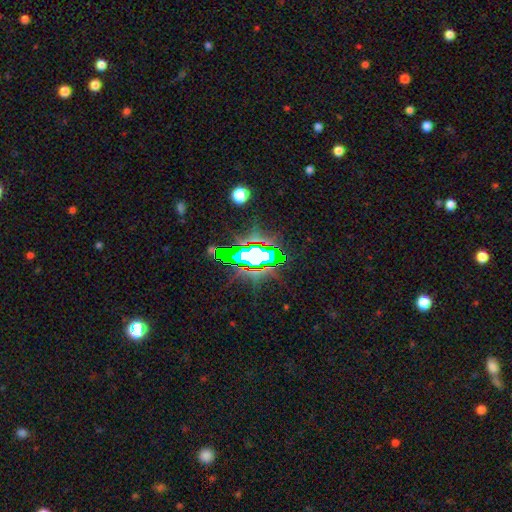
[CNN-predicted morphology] smooth_or_featured: star or artifact (p=0.65) [alt: featured or disk p=0.19]